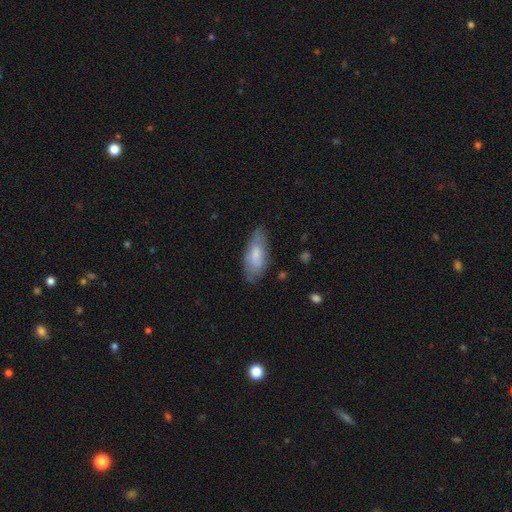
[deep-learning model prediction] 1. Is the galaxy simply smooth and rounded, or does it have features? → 72% smooth, 22% featured or disk, 6% star or artifact.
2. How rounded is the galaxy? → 79% in between, 19% cigar-shaped, 2% round.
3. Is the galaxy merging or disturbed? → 70% none, 23% minor disturbance, 5% major disturbance, 2% merger.